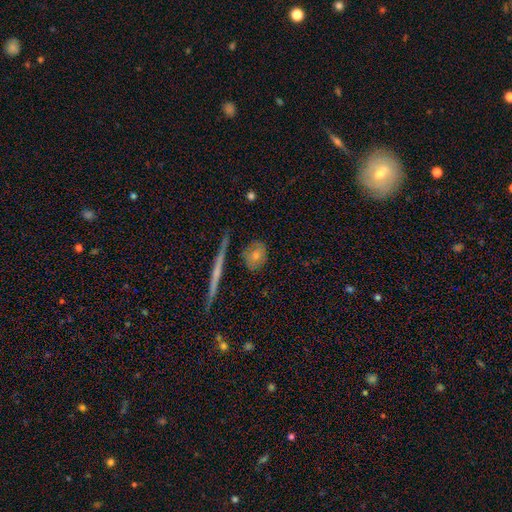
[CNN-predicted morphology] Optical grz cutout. It shows a smooth galaxy with no disk features (63%) that is round (53%). Merging: none (74%).